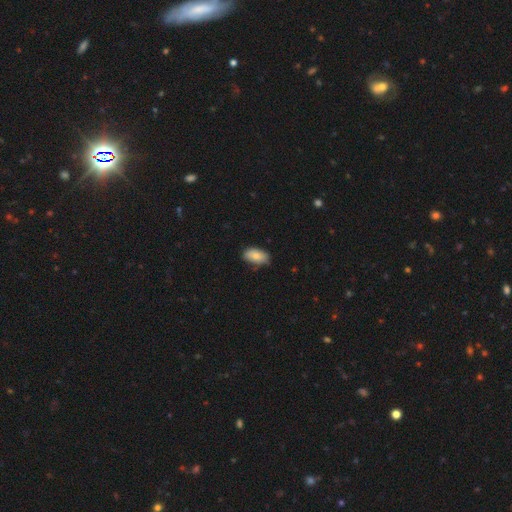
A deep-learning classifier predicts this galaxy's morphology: A smooth galaxy with no disk features (84%) that is in between round and cigar-shaped (94%). Merging: none (76%).